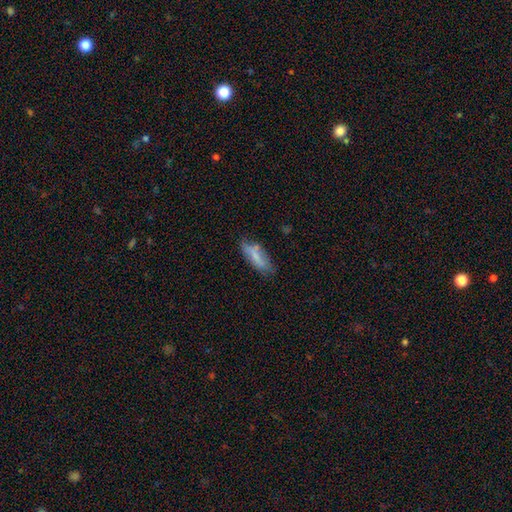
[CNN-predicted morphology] This appears to be a smooth galaxy with no disk features (65%) that is in between round and cigar-shaped (62%). Merging: none (57%).